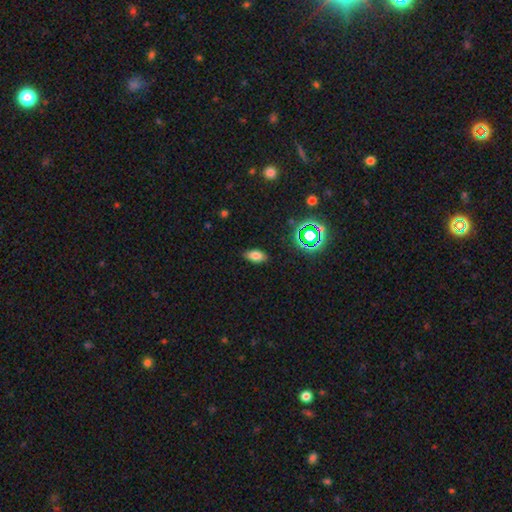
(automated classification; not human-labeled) This appears to be a smooth galaxy with no disk features (74%) that is in between round and cigar-shaped (89%). Merging: none (88%).